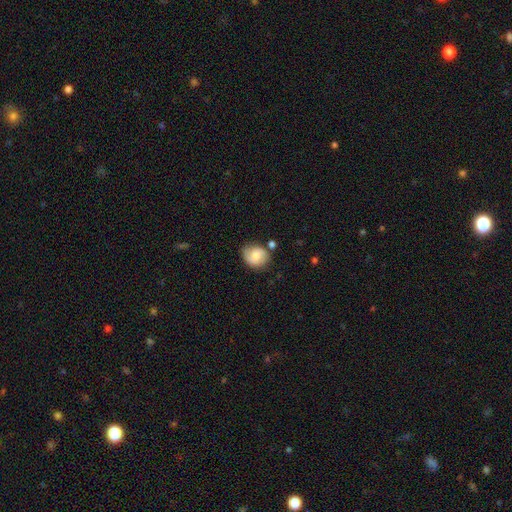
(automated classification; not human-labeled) A smooth galaxy with no disk features (55%) that is round (66%). Merging: none (63%).